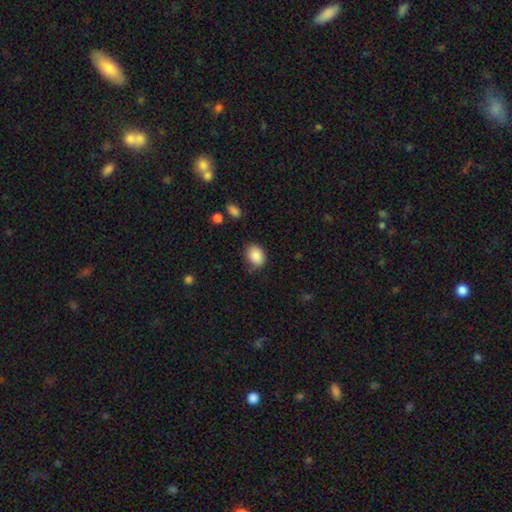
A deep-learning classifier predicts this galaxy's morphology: Smooth or featured?
  - smooth: 88% *
  - star or artifact: 8%
  - featured or disk: 4%
How rounded?
  - in between: 65% *
  - round: 34%
  - cigar-shaped: 1%
Merging?
  - none: 74% *
  - minor disturbance: 19%
  - major disturbance: 4%
  - merger: 2%